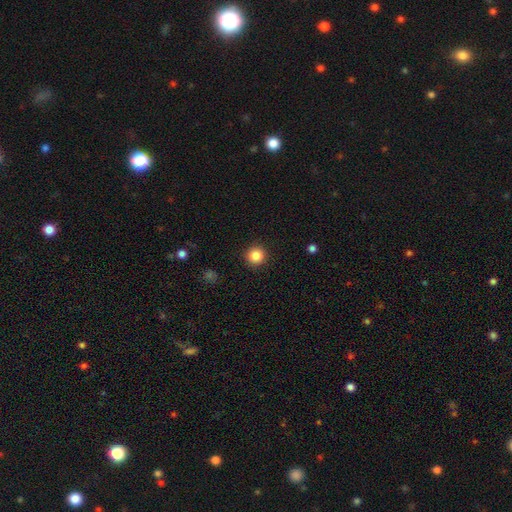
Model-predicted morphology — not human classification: type=smooth (86%); roundness=round (95%); merging=none (92%).